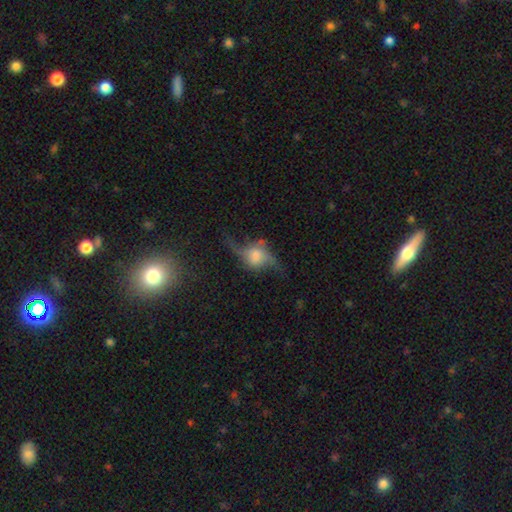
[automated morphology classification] This appears to be a featured or disk galaxy (65%). Merging: none (45%).